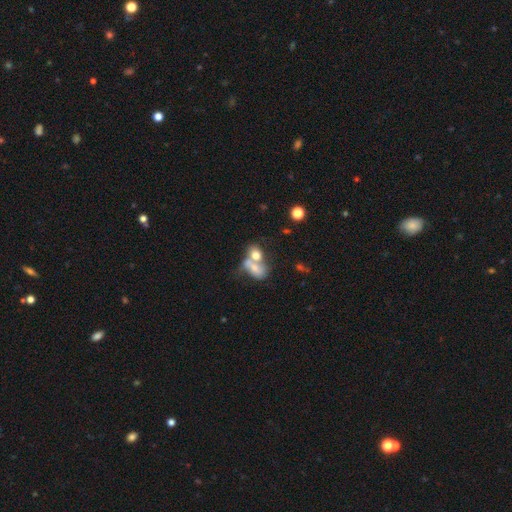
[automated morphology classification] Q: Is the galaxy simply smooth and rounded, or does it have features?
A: smooth — 65%.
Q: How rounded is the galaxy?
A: in between — 67%.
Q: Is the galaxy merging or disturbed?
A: merger — 70%.